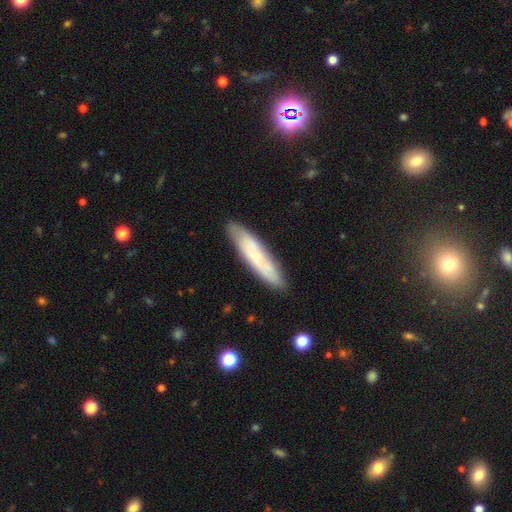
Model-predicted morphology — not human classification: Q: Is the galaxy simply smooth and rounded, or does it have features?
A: smooth — 59%.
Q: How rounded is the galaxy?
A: cigar-shaped — 81%.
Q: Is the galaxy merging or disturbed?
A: none — 84%.